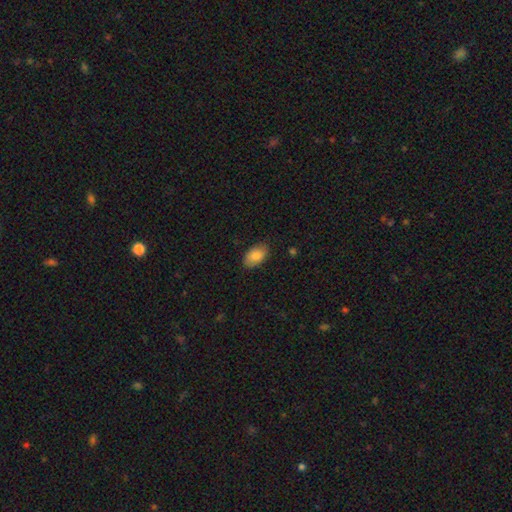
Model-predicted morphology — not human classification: smooth_or_featured: smooth (p=0.85) [alt: featured or disk p=0.09]
how_rounded: in between (p=0.93) [alt: round p=0.06]
merging: none (p=0.83) [alt: minor disturbance p=0.14]